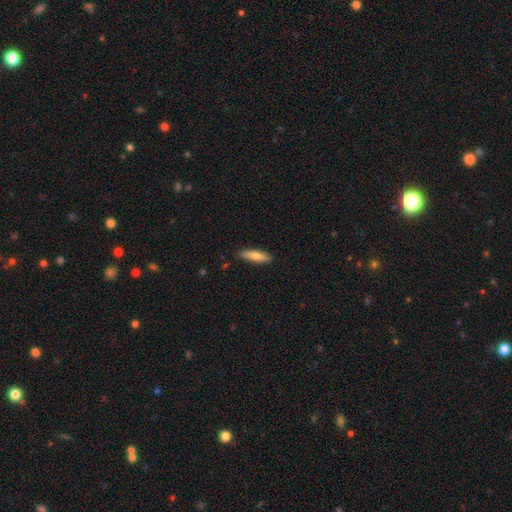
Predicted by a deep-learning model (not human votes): Smooth or featured? smooth (77%)
How rounded? cigar-shaped (65%)
Merging? none (86%)